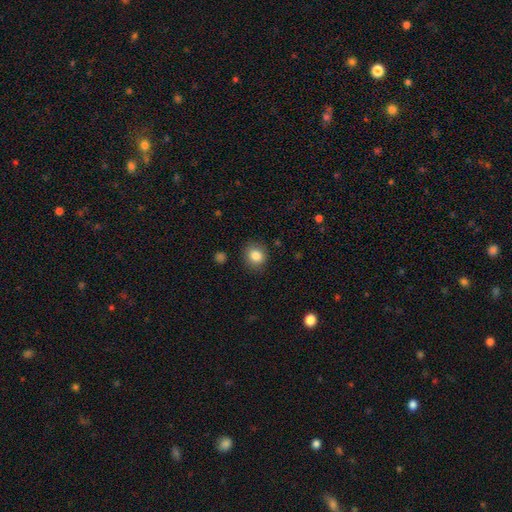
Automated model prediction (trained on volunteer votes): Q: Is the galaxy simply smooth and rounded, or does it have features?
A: smooth — 85%.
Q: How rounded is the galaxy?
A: round — 77%.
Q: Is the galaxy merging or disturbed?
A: none — 86%.